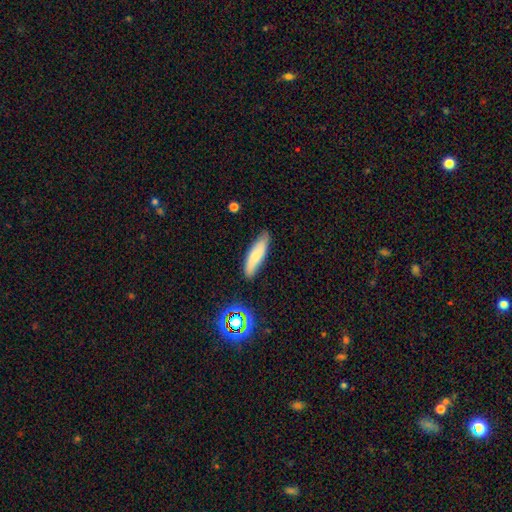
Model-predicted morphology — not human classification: type=smooth (76%); roundness=cigar-shaped (60%); merging=none (79%).